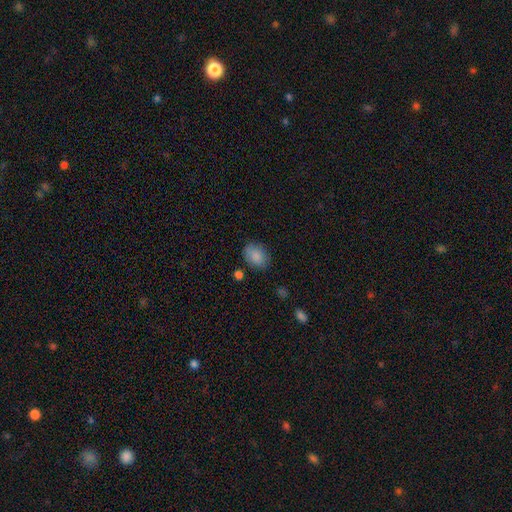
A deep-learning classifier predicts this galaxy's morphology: smooth-or-featured: smooth: 86% | star or artifact: 8% | featured or disk: 6%
  how-rounded: in between: 74% | round: 25% | cigar-shaped: 1%
  merging: none: 74% | minor disturbance: 18% | major disturbance: 5% | merger: 3%